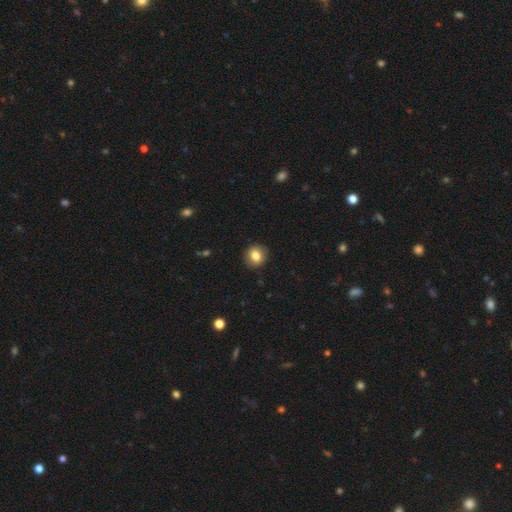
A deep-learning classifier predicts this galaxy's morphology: Overall: smooth (82%). How rounded: round (81%). Merging: none (90%).